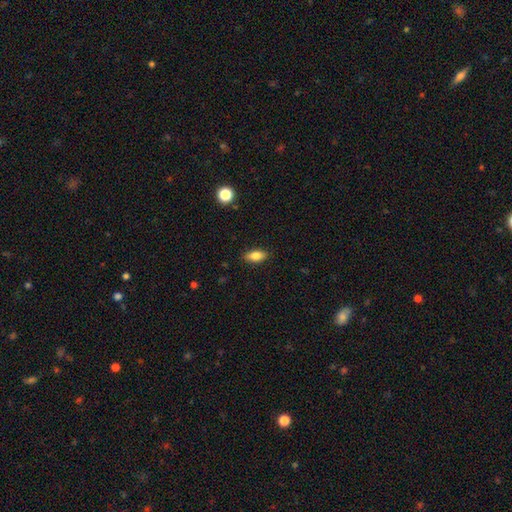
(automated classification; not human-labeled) Morphology: type=smooth (82%); roundness=in between (87%); merging=none (87%).